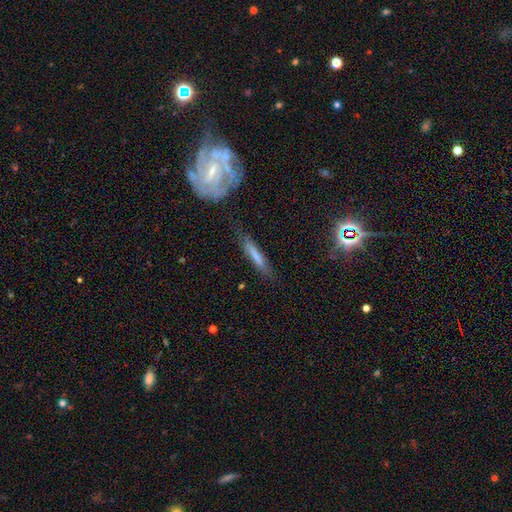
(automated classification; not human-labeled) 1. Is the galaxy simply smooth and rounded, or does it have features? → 64% smooth, 28% featured or disk, 8% star or artifact.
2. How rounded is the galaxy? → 90% cigar-shaped, 8% in between, 2% round.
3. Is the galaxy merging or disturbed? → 75% none, 17% minor disturbance, 5% major disturbance, 3% merger.